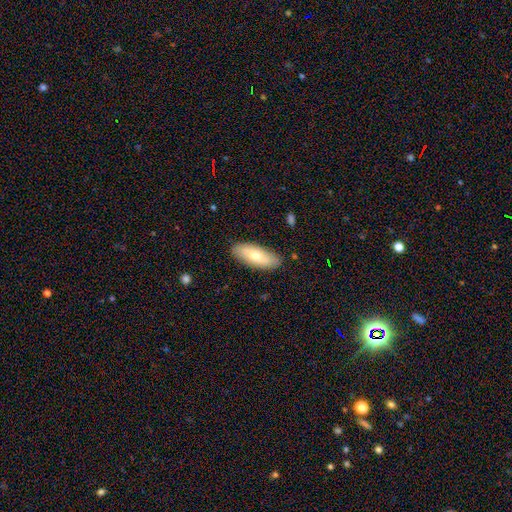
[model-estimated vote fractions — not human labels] A smooth galaxy with no disk features (67%) that is in between round and cigar-shaped (78%). Merging: none (86%).